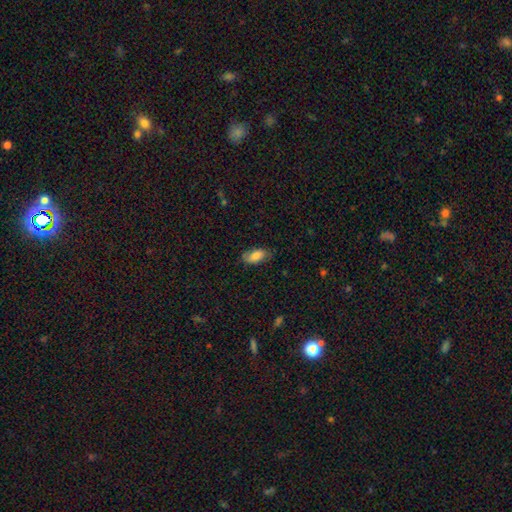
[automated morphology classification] Smooth or featured? Predicted: smooth (p=0.77). How rounded? Predicted: in between (p=0.91). Merging? Predicted: none (p=0.74).